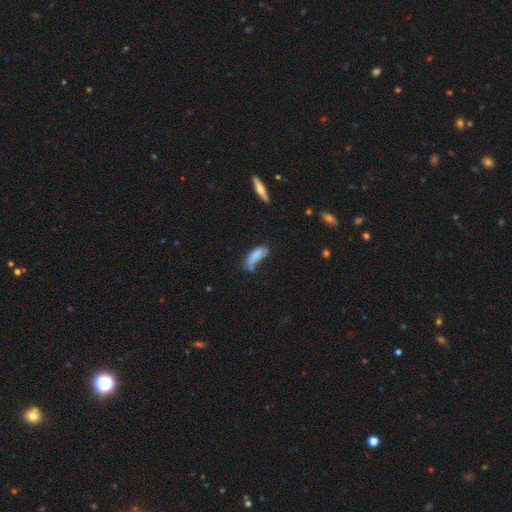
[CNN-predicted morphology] Overall: smooth (76%). How rounded: in between (54%; cigar-shaped 44%). Merging: none (39%; minor disturbance 31%).